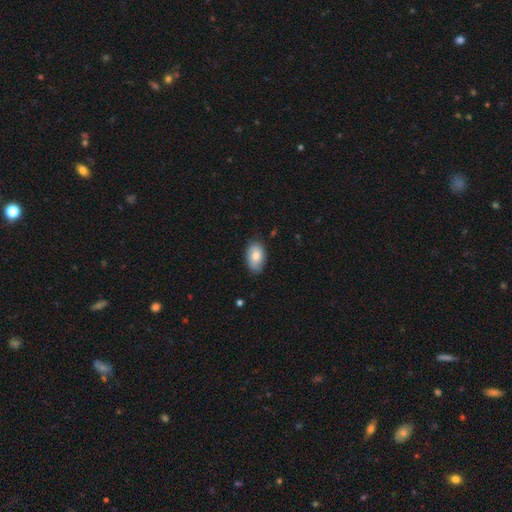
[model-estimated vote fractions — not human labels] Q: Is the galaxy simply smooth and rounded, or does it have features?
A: smooth — 77%.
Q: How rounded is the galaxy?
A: in between — 91%.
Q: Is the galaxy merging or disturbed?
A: none — 78%.